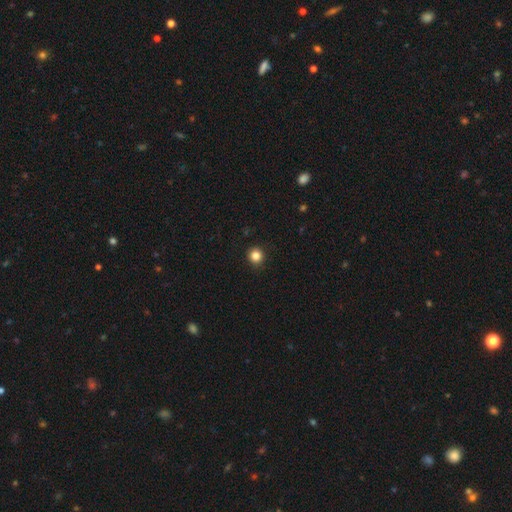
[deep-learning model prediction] A smooth galaxy with no disk features (84%) that is round (93%).

Vote fractions:
- Smooth or featured? smooth: 84% / star or artifact: 12% / featured or disk: 4%
- How rounded? round: 93% / in between: 6% / cigar-shaped: 1%
- Merging? none: 92% / minor disturbance: 5% / major disturbance: 2% / merger: 1%